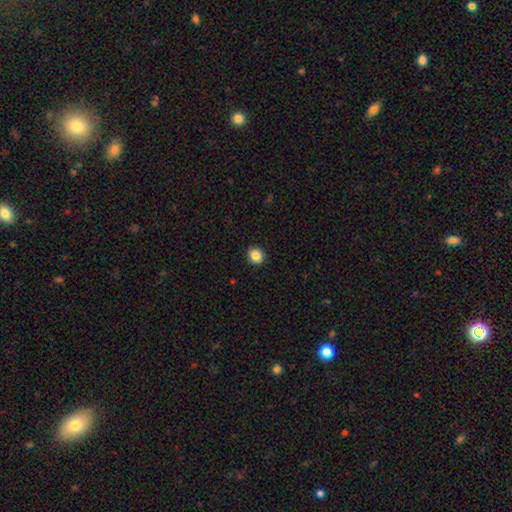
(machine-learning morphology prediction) Overall: smooth (87%). How rounded: round (75%). Merging: none (91%).